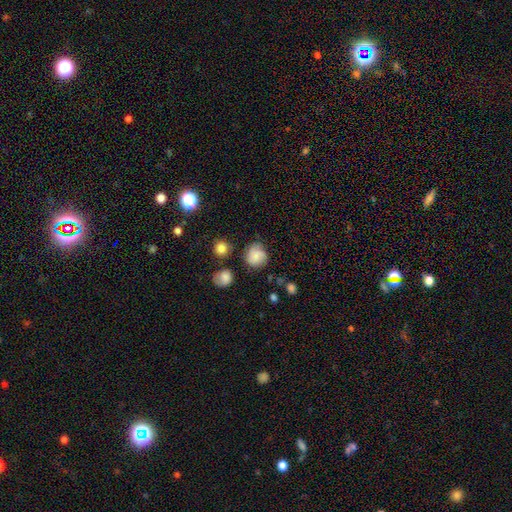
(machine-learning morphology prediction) Smooth or featured: smooth — 66% (featured or disk — 24%)
How rounded: round — 83% (in between — 16%)
Merging: none — 67% (minor disturbance — 22%)